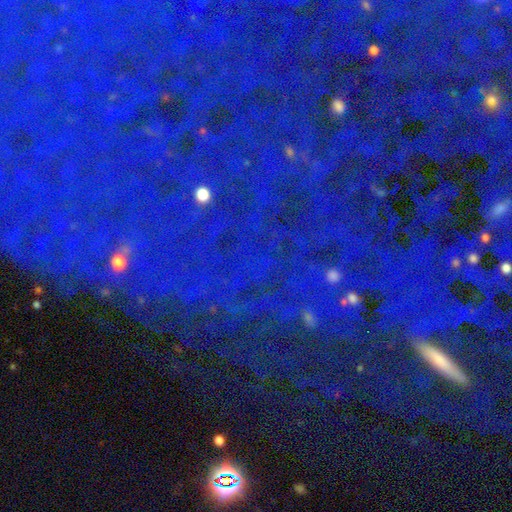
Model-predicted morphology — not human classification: This is clearly a star or artifact rather than a galaxy (82%).